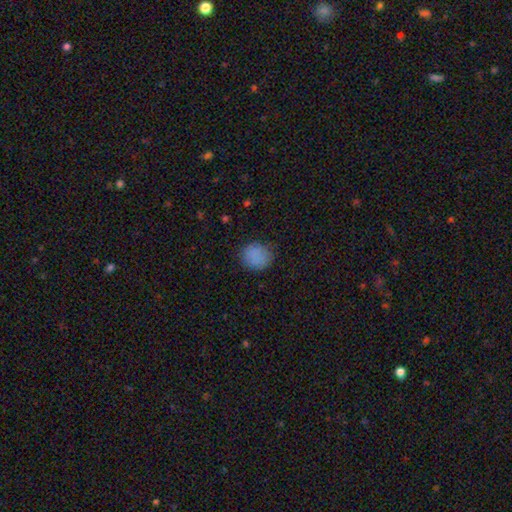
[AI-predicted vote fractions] Smooth or featured?
  - smooth: 85% *
  - star or artifact: 10%
  - featured or disk: 4%
How rounded?
  - round: 80% *
  - in between: 19%
  - cigar-shaped: 1%
Merging?
  - none: 79% *
  - minor disturbance: 16%
  - major disturbance: 4%
  - merger: 1%